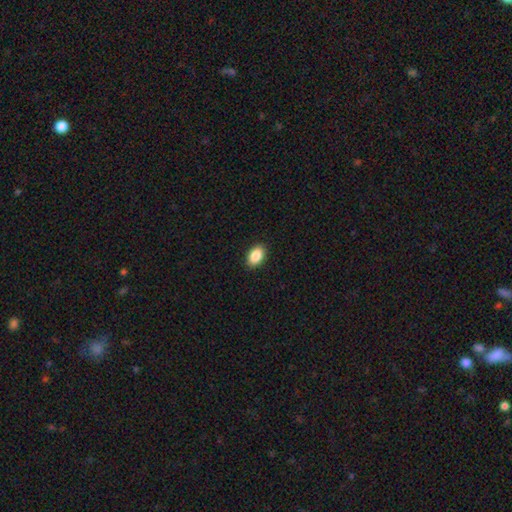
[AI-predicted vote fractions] A smooth galaxy with no disk features (88%) that is in between round and cigar-shaped (89%).

Vote fractions:
- Smooth or featured? smooth: 88% / star or artifact: 7% / featured or disk: 5%
- How rounded? in between: 89% / round: 9% / cigar-shaped: 1%
- Merging? none: 90% / minor disturbance: 7% / major disturbance: 2% / merger: 1%